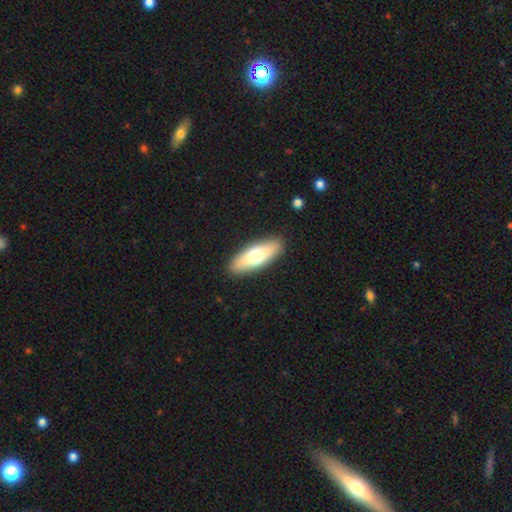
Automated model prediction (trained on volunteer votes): The model was most divided on "how rounded": in between: 62%, cigar-shaped: 35%, round: 3%. More confident: merging — none (90%); smooth or featured — smooth (65%).